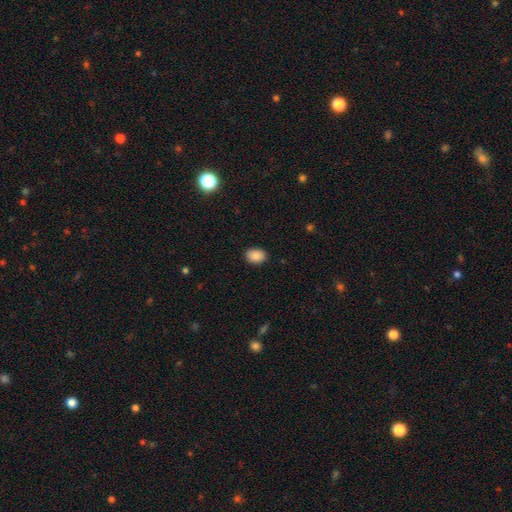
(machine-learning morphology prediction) Smooth or featured? smooth (88%)
How rounded? in between (71%)
Merging? none (89%)